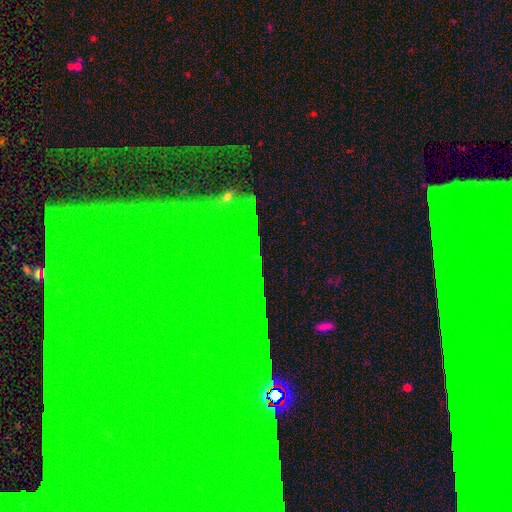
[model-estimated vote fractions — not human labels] A star or artifact, not a galaxy (81%).

Vote fractions:
- Smooth or featured? star or artifact: 81% / featured or disk: 10% / smooth: 8%